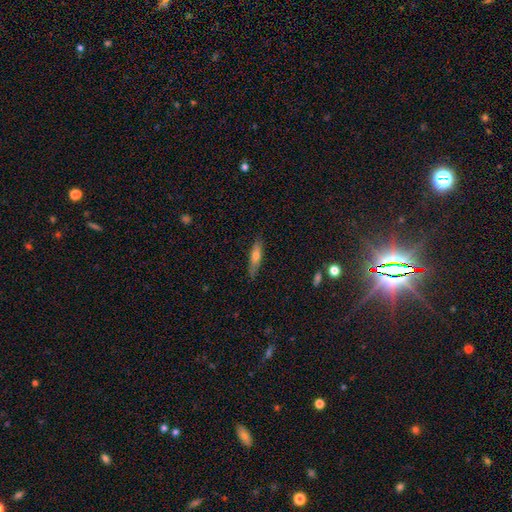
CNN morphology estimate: Smooth or featured: smooth — 56% (featured or disk — 36%)
How rounded: cigar-shaped — 73% (in between — 24%)
Merging: none — 84% (minor disturbance — 13%)